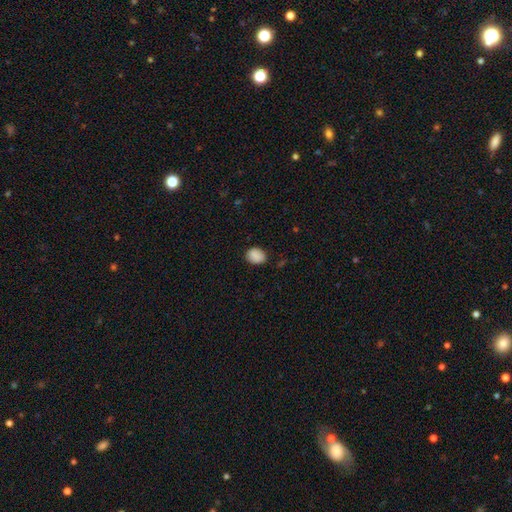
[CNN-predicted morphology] The model was most divided on "how rounded": in between: 54%, round: 45%, cigar-shaped: 1%. More confident: smooth or featured — smooth (88%); merging — none (81%).